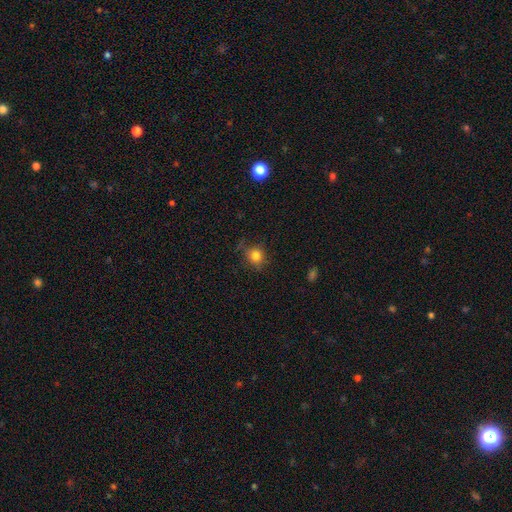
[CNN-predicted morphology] type=smooth (80%); roundness=round (79%); merging=none (74%).